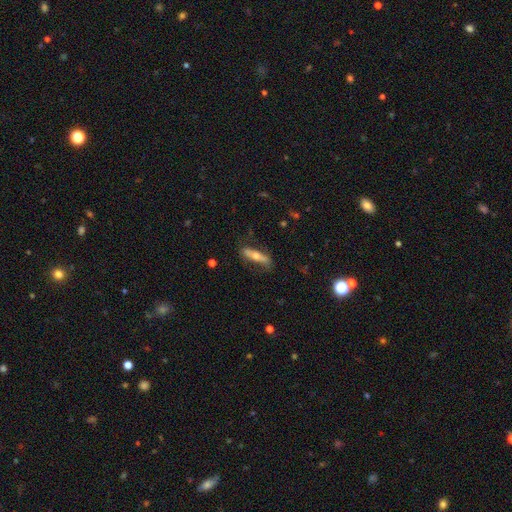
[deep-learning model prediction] Morphology: type=featured or disk (50%); merging=none (71%).